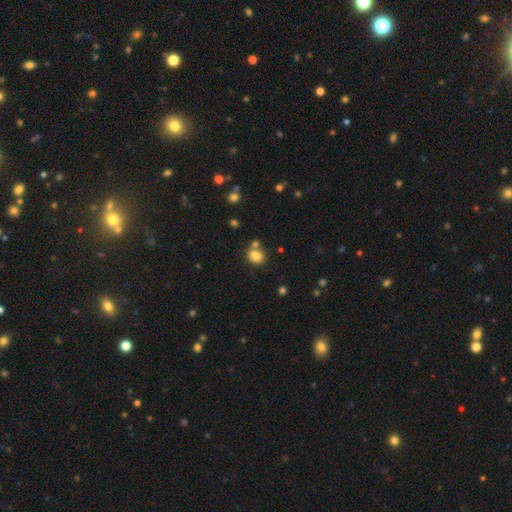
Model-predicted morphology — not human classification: A smooth galaxy with no disk features (82%) that is round (72%). Merging: none (65%).